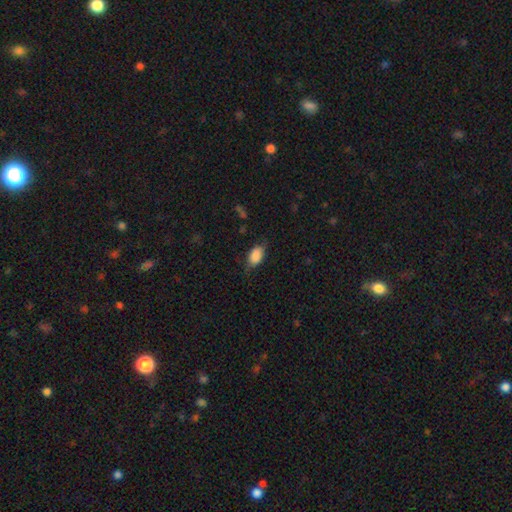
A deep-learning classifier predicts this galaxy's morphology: Q: Smooth or featured?
A: smooth (86%); runner-up: star or artifact (7%)
Q: How rounded?
A: in between (91%); runner-up: round (7%)
Q: Merging?
A: none (67%); runner-up: minor disturbance (24%)